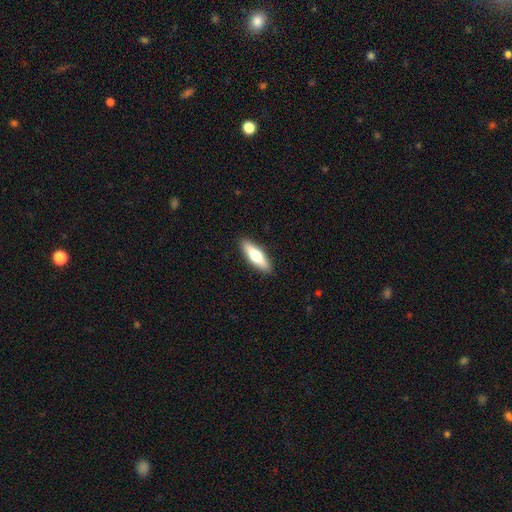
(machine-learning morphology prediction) The model was most divided on "how rounded": cigar-shaped: 51%, in between: 47%, round: 2%. More confident: merging — none (90%); smooth or featured — smooth (63%).